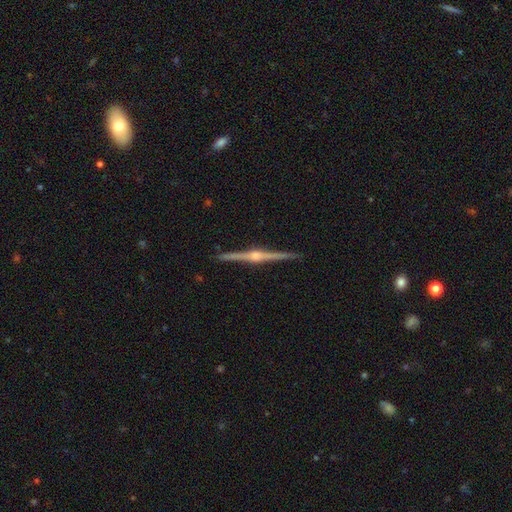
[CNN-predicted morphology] Overall: featured or disk (90%). Edge-on disk: yes (99%). Edge-on bulge: rounded (92%). Merging: none (93%).